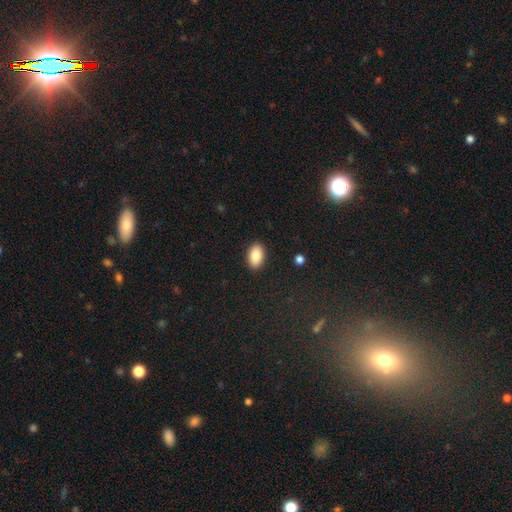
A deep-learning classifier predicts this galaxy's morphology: Q: Smooth or featured?
A: smooth (88%); runner-up: star or artifact (7%)
Q: How rounded?
A: in between (92%); runner-up: round (7%)
Q: Merging?
A: none (90%); runner-up: minor disturbance (7%)